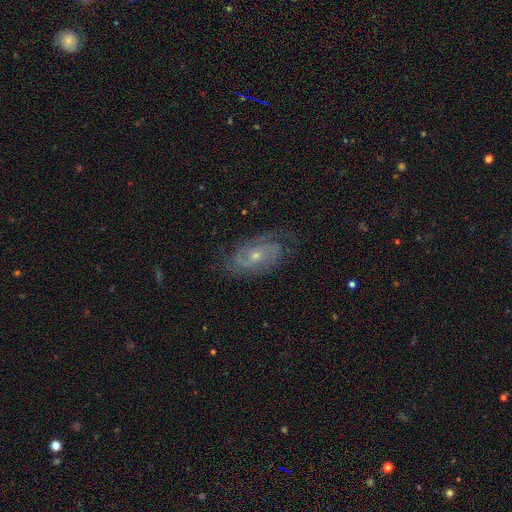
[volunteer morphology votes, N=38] This is clearly a featured or disk galaxy (82%). It is clearly not viewed edge-on (100%). Bar: possibly no (55%). Spiral arm pattern: clearly yes (97%). Spiral arm count: possibly 2 (50%). Spiral winding: likely tight (63%). Central bulge: likely small (61%). Merging: likely none (77%).